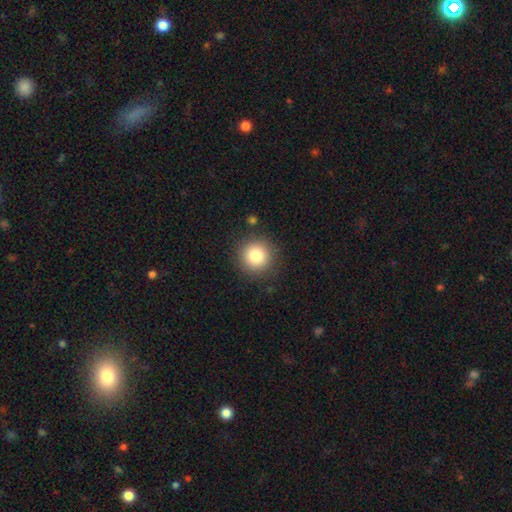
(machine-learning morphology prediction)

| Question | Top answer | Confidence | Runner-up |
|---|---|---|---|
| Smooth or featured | smooth | 82% | star or artifact (10%) |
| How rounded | round | 94% | in between (5%) |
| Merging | none | 87% | minor disturbance (8%) |